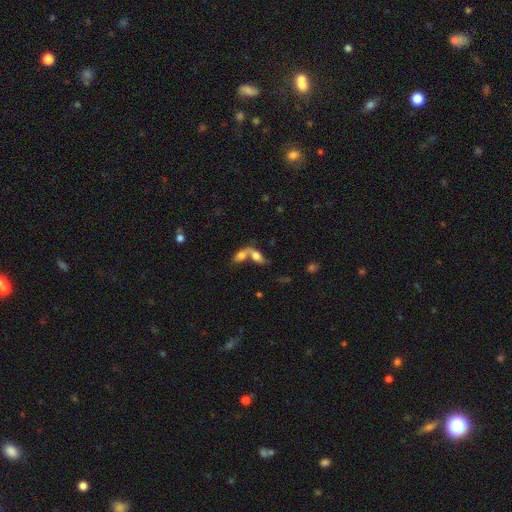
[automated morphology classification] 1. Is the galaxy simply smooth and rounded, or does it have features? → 58% smooth, 32% featured or disk, 11% star or artifact.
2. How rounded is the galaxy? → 78% in between, 14% cigar-shaped, 8% round.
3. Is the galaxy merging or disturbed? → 72% merger, 17% none, 6% minor disturbance, 5% major disturbance.